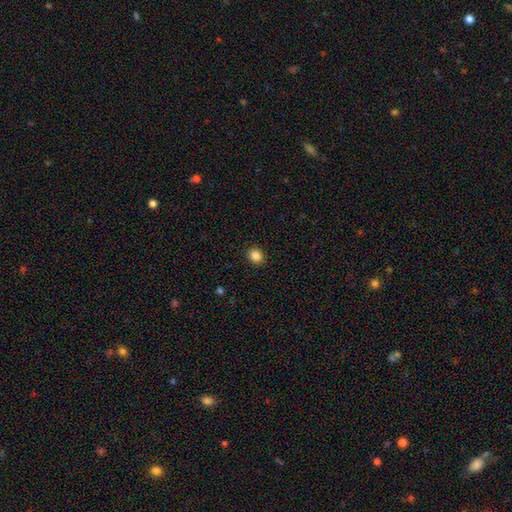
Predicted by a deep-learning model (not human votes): Smooth or featured?
  - smooth: 85% *
  - star or artifact: 11%
  - featured or disk: 4%
How rounded?
  - round: 65% *
  - in between: 34%
  - cigar-shaped: 1%
Merging?
  - none: 91% *
  - minor disturbance: 7%
  - major disturbance: 2%
  - merger: 1%